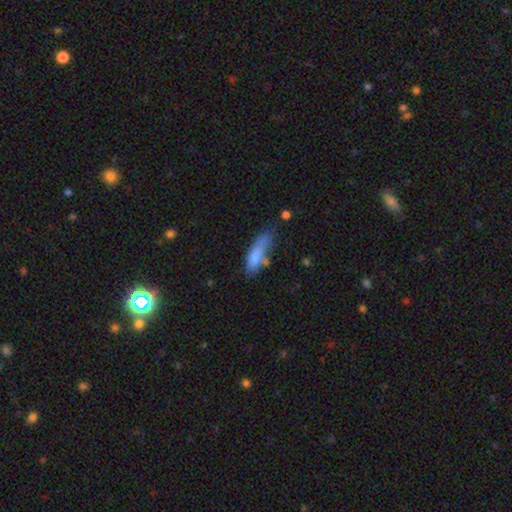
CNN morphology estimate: smooth 76%, featured or disk 16%, star or artifact 8%. Down the decision tree: how rounded — cigar-shaped (50%); merging — none (43%).